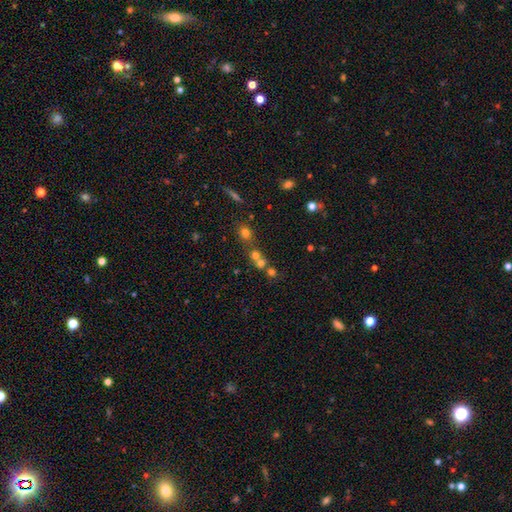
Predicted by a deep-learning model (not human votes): smooth-or-featured: smooth: 55% | star or artifact: 28% | featured or disk: 17%
  how-rounded: round: 84% | in between: 14% | cigar-shaped: 2%
  merging: none: 46% | merger: 44% | minor disturbance: 6% | major disturbance: 4%